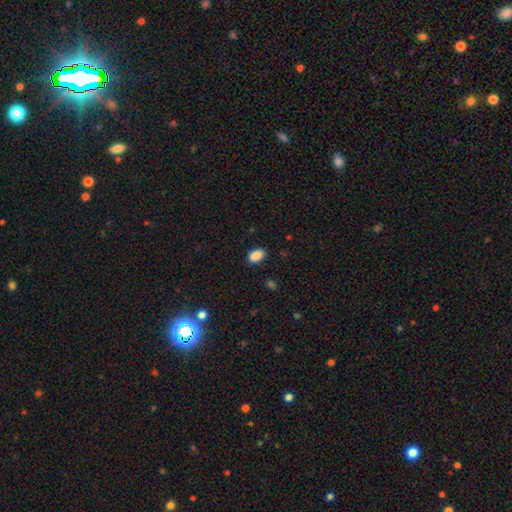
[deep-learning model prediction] smooth-or-featured: smooth: 88% | star or artifact: 9% | featured or disk: 4%
  how-rounded: in between: 89% | round: 9% | cigar-shaped: 2%
  merging: none: 86% | minor disturbance: 10% | major disturbance: 2% | merger: 1%